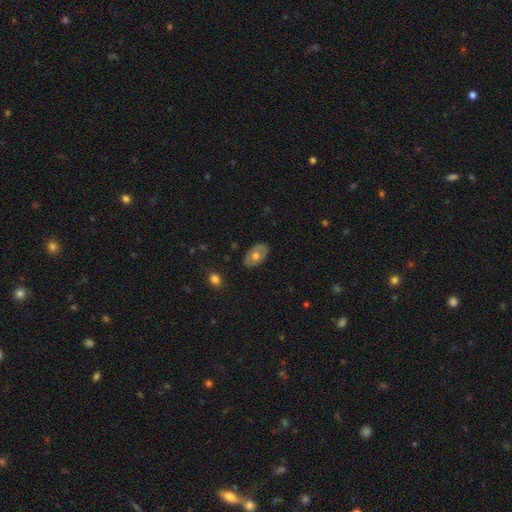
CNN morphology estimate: Smooth or featured?
  - smooth: 52% *
  - featured or disk: 42%
  - star or artifact: 6%
How rounded?
  - in between: 88% *
  - round: 10%
  - cigar-shaped: 1%
Merging?
  - none: 82% *
  - minor disturbance: 14%
  - major disturbance: 3%
  - merger: 1%